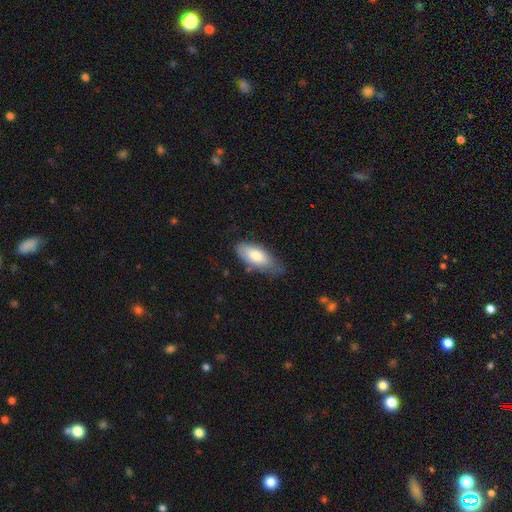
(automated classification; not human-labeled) The model was most divided on "merging": none: 54%, minor disturbance: 36%, major disturbance: 9%, merger: 2%. More confident: how rounded — in between (86%); smooth or featured — smooth (77%).